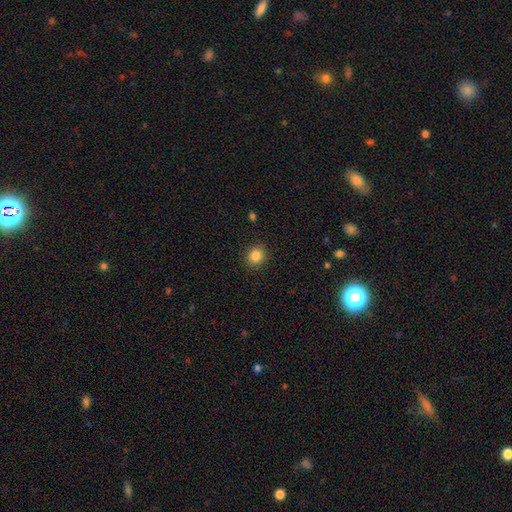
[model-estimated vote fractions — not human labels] This is clearly a smooth galaxy (86%). How rounded: likely round (77%). Merging: clearly none (90%).